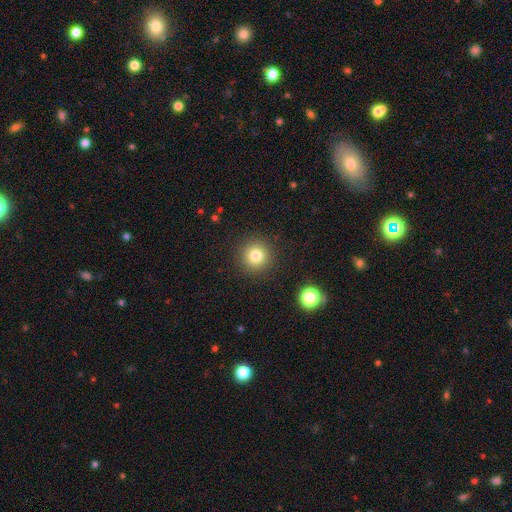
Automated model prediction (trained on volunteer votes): This appears to be a smooth galaxy with no disk features (80%) that is round (95%). Merging: none (90%).